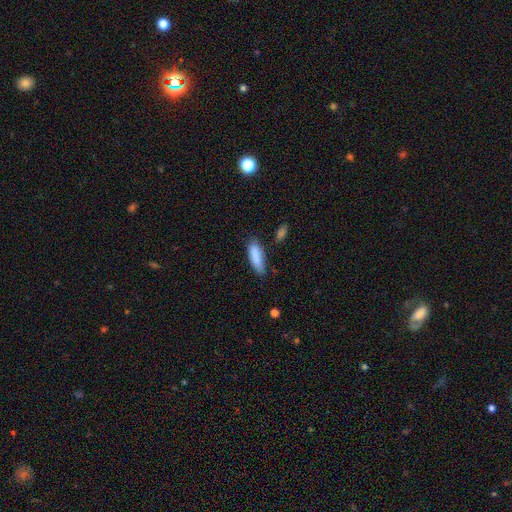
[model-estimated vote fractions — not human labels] A smooth galaxy with no disk features (87%) that is in between round and cigar-shaped (53%). Merging: none (73%).